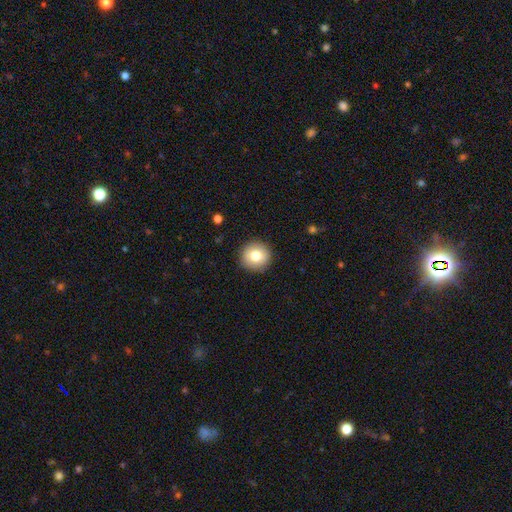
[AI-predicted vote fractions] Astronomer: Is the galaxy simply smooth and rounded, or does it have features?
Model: smooth — 79%.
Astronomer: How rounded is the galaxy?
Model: round — 94%.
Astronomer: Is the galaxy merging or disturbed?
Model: none — 91%.